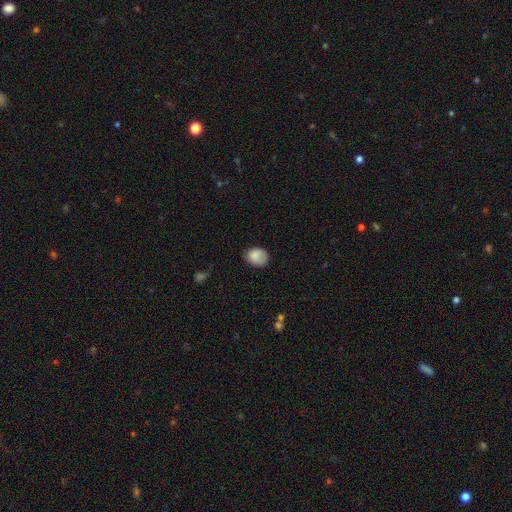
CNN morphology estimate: A smooth galaxy with no disk features (83%) that is in between round and cigar-shaped (53%). Merging: none (63%).